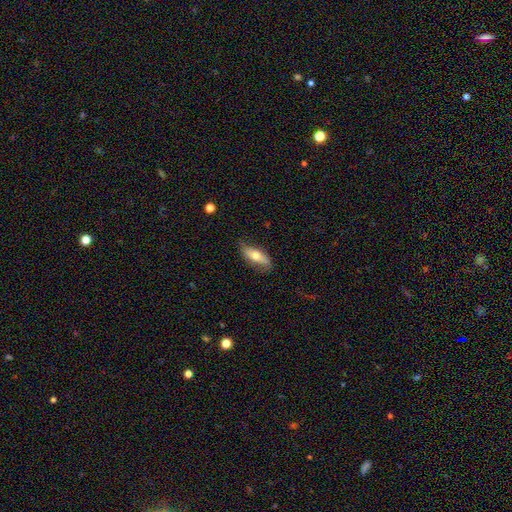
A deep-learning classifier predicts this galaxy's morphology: The model was most divided on "smooth or featured": smooth: 57%, featured or disk: 37%, star or artifact: 6%. More confident: merging — none (74%); how rounded — in between (72%).